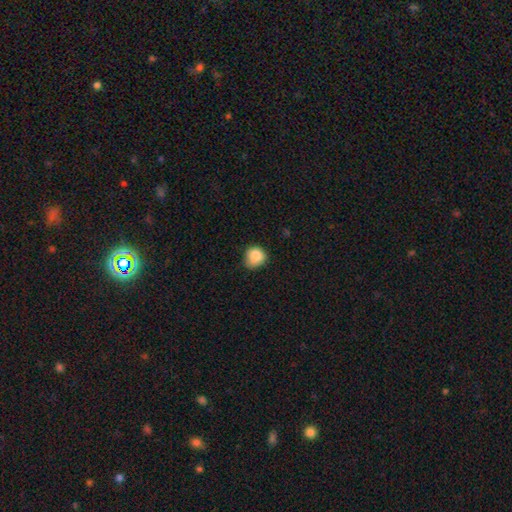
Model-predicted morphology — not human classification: Smooth or featured?
  - smooth: 85% *
  - star or artifact: 10%
  - featured or disk: 6%
How rounded?
  - round: 79% *
  - in between: 20%
  - cigar-shaped: 1%
Merging?
  - none: 55% *
  - minor disturbance: 36%
  - major disturbance: 7%
  - merger: 2%